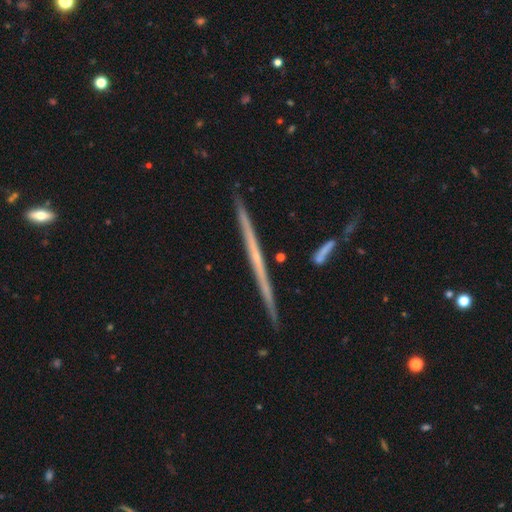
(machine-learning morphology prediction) This is likely a featured or disk galaxy (69%). It is clearly viewed edge-on (98%). Edge-on bulge: clearly none (84%). Merging: clearly none (88%).